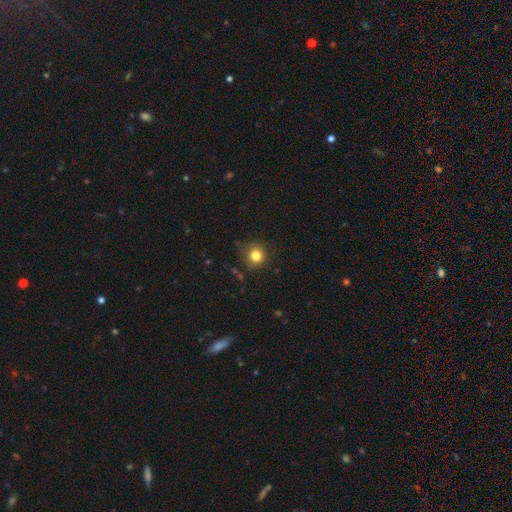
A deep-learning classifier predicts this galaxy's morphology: Smooth or featured?
  - smooth: 81% *
  - star or artifact: 12%
  - featured or disk: 7%
How rounded?
  - round: 89% *
  - in between: 10%
  - cigar-shaped: 1%
Merging?
  - none: 80% *
  - minor disturbance: 14%
  - major disturbance: 4%
  - merger: 2%